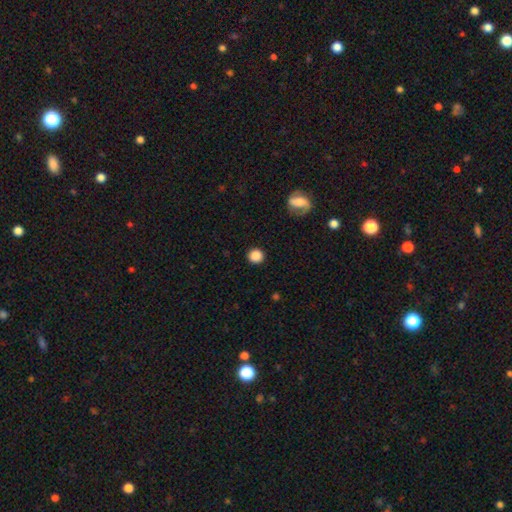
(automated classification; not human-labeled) A smooth galaxy with no disk features (86%) that is round (92%).

Vote fractions:
- Smooth or featured? smooth: 86% / star or artifact: 10% / featured or disk: 4%
- How rounded? round: 92% / in between: 7% / cigar-shaped: 1%
- Merging? none: 91% / minor disturbance: 6% / major disturbance: 2% / merger: 1%